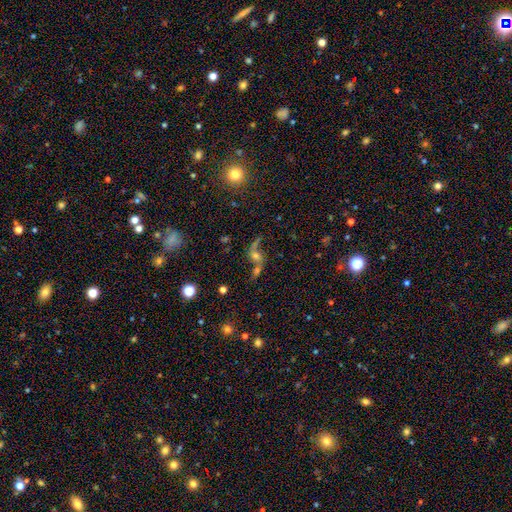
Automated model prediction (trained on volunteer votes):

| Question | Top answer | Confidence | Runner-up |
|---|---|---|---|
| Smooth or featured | featured or disk | 46% | star or artifact (29%) |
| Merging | none | 43% | merger (28%) |